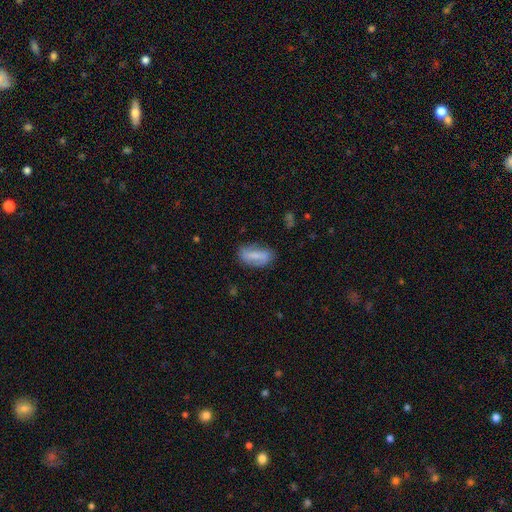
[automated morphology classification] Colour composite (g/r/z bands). It shows a smooth galaxy with no disk features (65%) that is in between round and cigar-shaped (82%). Merging: none (70%).